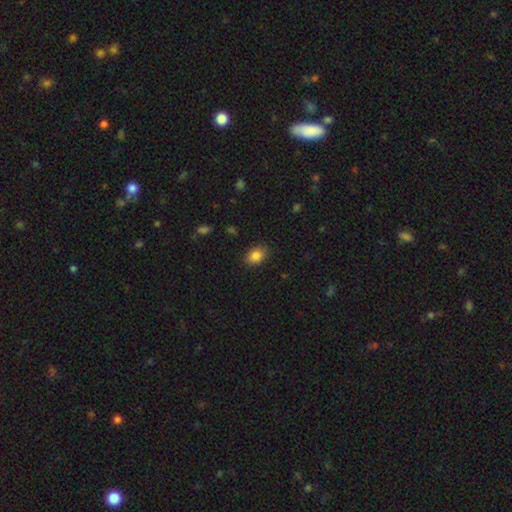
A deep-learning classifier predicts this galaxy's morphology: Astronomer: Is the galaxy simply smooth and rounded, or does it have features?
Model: smooth — 86%.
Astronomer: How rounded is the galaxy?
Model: in between — 73%.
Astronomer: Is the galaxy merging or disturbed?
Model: none — 83%.